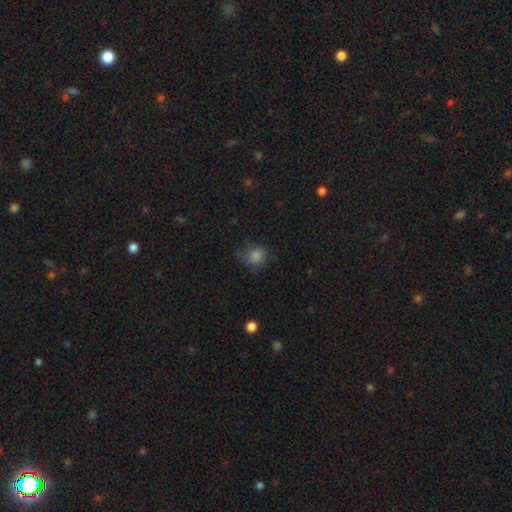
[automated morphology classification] This appears to be a smooth galaxy with no disk features (73%) that is round (73%). Merging: none (59%).